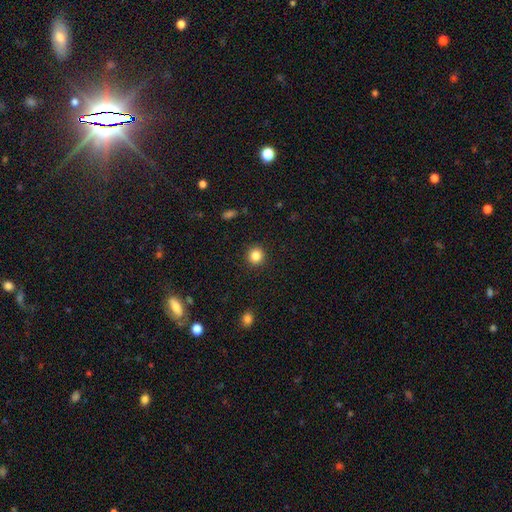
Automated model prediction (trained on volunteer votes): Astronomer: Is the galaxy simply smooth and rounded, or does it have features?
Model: smooth — 84%.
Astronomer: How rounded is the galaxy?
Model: round — 92%.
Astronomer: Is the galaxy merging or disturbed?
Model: none — 92%.